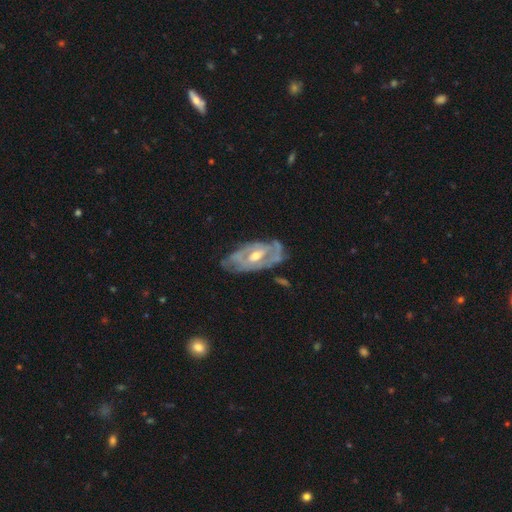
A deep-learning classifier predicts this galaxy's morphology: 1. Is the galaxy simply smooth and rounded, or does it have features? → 82% featured or disk, 12% smooth, 5% star or artifact.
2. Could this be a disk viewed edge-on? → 91% no, 9% yes.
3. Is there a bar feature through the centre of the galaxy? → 42% no, 41% weak, 17% strong.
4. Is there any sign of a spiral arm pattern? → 76% yes, 24% no.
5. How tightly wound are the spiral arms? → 58% tight, 31% medium, 11% loose.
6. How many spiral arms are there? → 42% 2, 39% can't tell, 7% 1, 7% 3, 3% 4, 2% more than 4.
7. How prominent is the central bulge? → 70% moderate, 25% small, 3% large, 1% none, 1% dominant.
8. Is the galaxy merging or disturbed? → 64% none, 24% minor disturbance, 9% major disturbance, 2% merger.